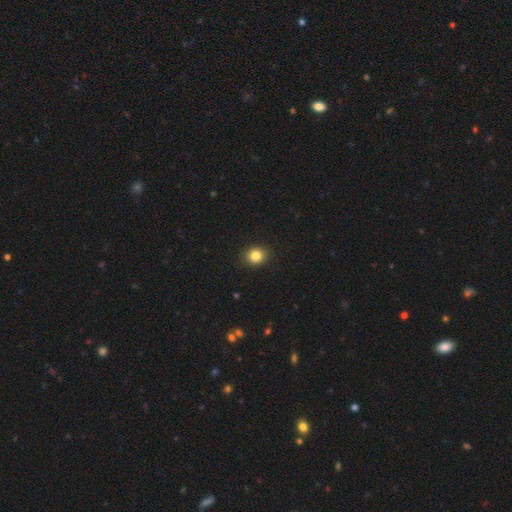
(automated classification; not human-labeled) A smooth galaxy with no disk features (84%) that is round (72%).

Vote fractions:
- Smooth or featured? smooth: 84% / star or artifact: 11% / featured or disk: 5%
- How rounded? round: 72% / in between: 27% / cigar-shaped: 1%
- Merging? none: 91% / minor disturbance: 6% / major disturbance: 2% / merger: 1%